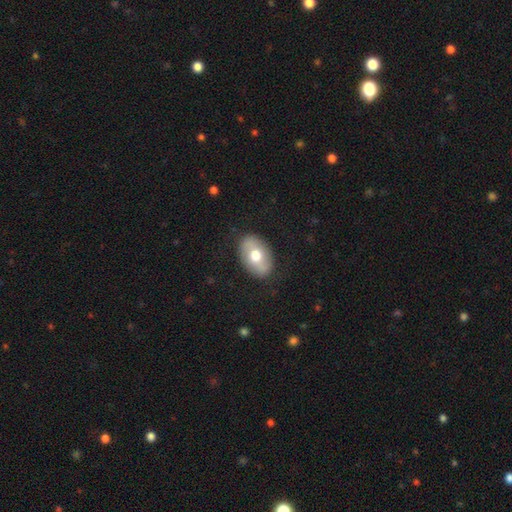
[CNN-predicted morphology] smooth_or_featured: smooth (p=0.59) [alt: featured or disk p=0.35]
how_rounded: in between (p=0.86) [alt: round p=0.12]
merging: none (p=0.85) [alt: minor disturbance p=0.11]